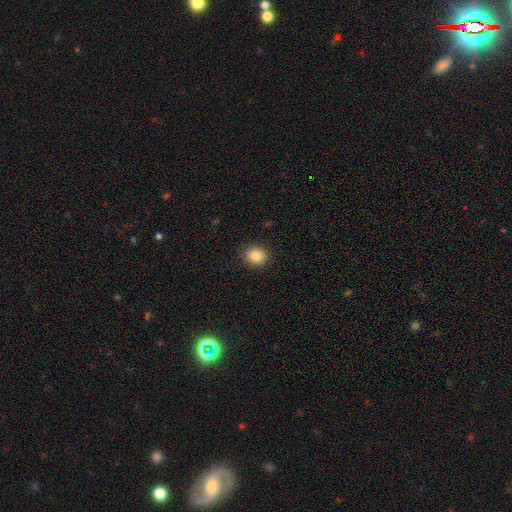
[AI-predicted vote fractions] The model was most divided on "how rounded": round: 82%, in between: 17%, cigar-shaped: 1%. More confident: merging — none (91%); smooth or featured — smooth (85%).